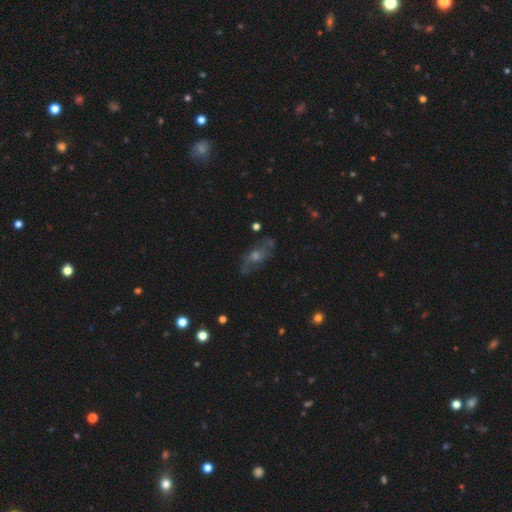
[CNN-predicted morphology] smooth-or-featured: featured or disk: 50% | smooth: 29% | star or artifact: 20%
  disk-edge-on: no: 76% | yes: 24%
  merging: none: 71% | minor disturbance: 18% | major disturbance: 9% | merger: 3%